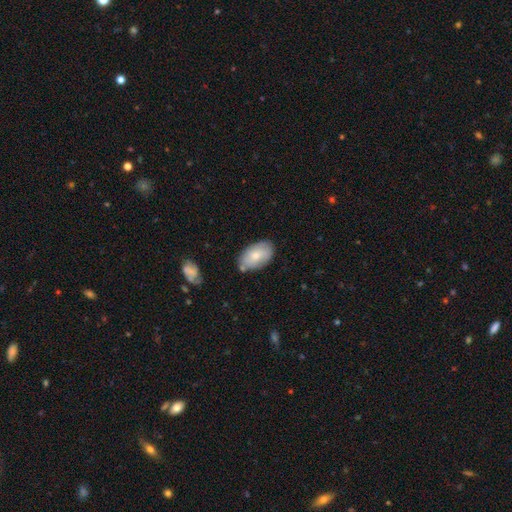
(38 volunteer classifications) Smooth or featured?
  - smooth: 71% *
  - featured or disk: 24%
  - star or artifact: 5%
How rounded?
  - in between: 100% *
  - round: 0%
  - cigar-shaped: 0%
Merging?
  - none: 67% *
  - merger: 17%
  - minor disturbance: 14%
  - major disturbance: 3%